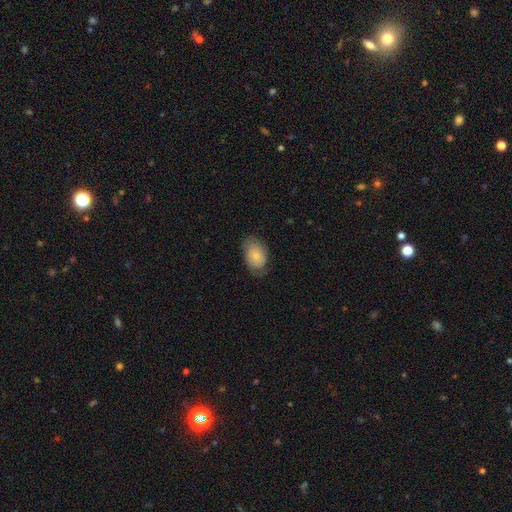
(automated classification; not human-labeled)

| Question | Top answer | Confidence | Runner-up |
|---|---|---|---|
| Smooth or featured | smooth | 69% | featured or disk (24%) |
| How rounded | in between | 83% | round (16%) |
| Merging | none | 65% | minor disturbance (25%) |